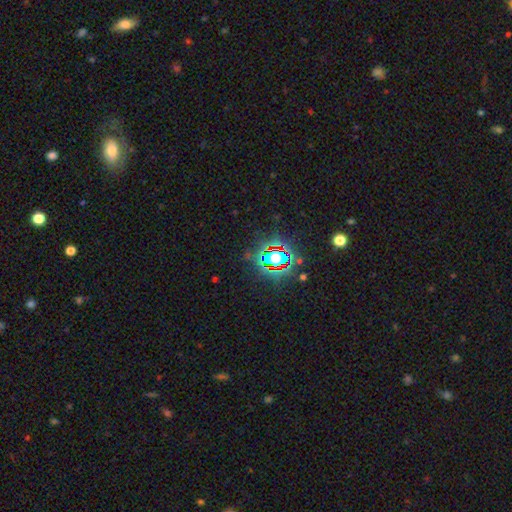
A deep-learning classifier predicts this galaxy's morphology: Smooth or featured?
  - star or artifact: 79% *
  - smooth: 12%
  - featured or disk: 8%